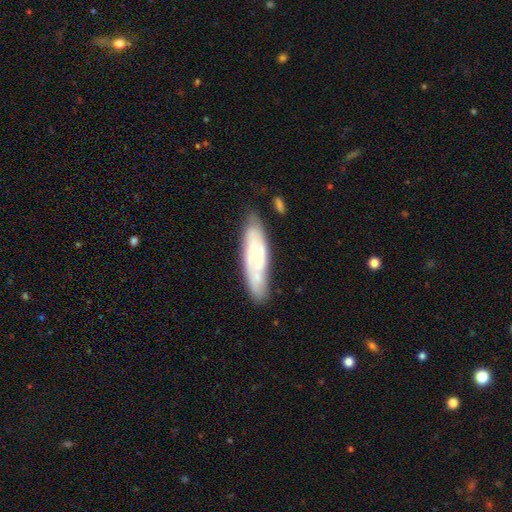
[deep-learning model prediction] smooth_or_featured: featured or disk (p=0.64) [alt: smooth p=0.30]
disk_edge_on: no (p=0.75) [alt: yes p=0.25]
merging: none (p=0.71) [alt: minor disturbance p=0.20]